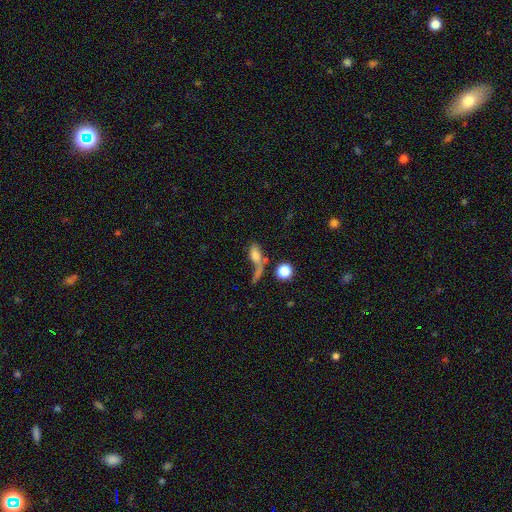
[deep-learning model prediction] smooth 59%, featured or disk 28%, star or artifact 12%. Down the decision tree: how rounded — in between (65%); merging — merger (30%).